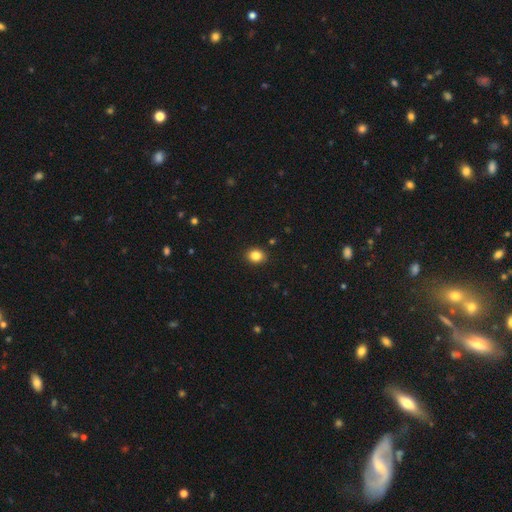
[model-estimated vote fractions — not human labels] smooth 84%, star or artifact 11%, featured or disk 5%. Down the decision tree: how rounded — round (63%); merging — none (91%).